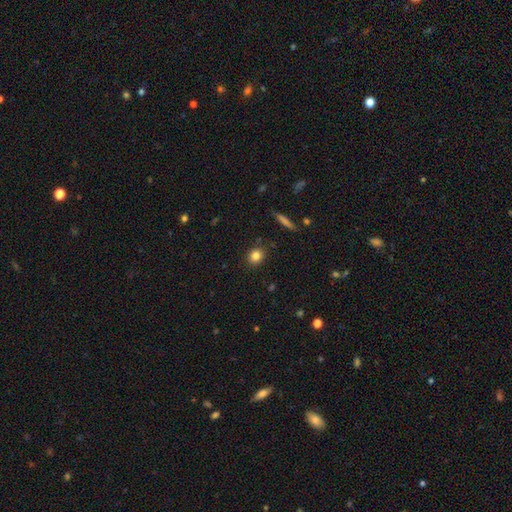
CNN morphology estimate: Smooth or featured?
  - smooth: 83% *
  - star or artifact: 11%
  - featured or disk: 7%
How rounded?
  - round: 73% *
  - in between: 26%
  - cigar-shaped: 2%
Merging?
  - none: 88% *
  - minor disturbance: 8%
  - major disturbance: 2%
  - merger: 2%